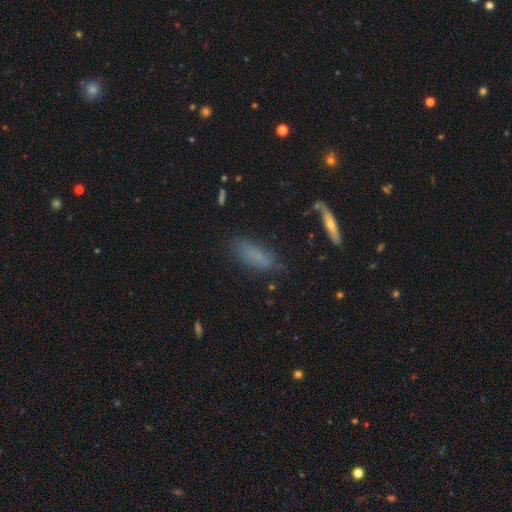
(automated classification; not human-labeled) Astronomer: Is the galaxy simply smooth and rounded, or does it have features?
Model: smooth — 77%.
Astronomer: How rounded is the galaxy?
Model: in between — 67%.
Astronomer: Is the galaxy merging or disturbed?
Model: none — 71%.